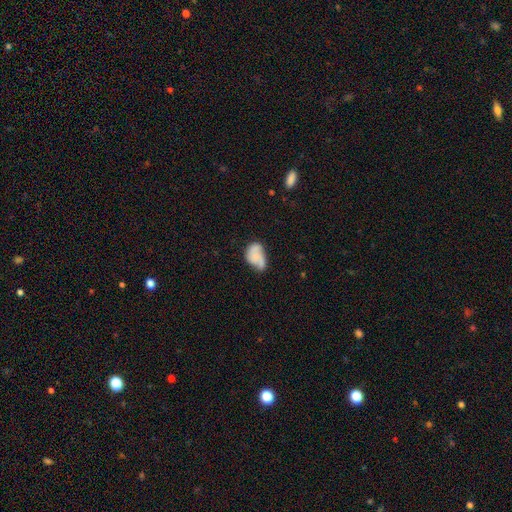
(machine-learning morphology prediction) Q: Smooth or featured?
A: smooth (55%); runner-up: featured or disk (37%)
Q: How rounded?
A: in between (84%); runner-up: round (15%)
Q: Merging?
A: minor disturbance (36%); runner-up: none (34%)